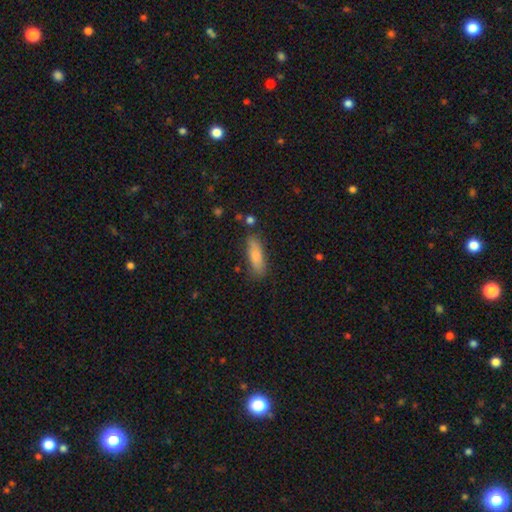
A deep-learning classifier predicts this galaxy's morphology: The model was most divided on "how rounded": in between: 51%, cigar-shaped: 47%, round: 2%. More confident: smooth or featured — smooth (83%); merging — none (76%).